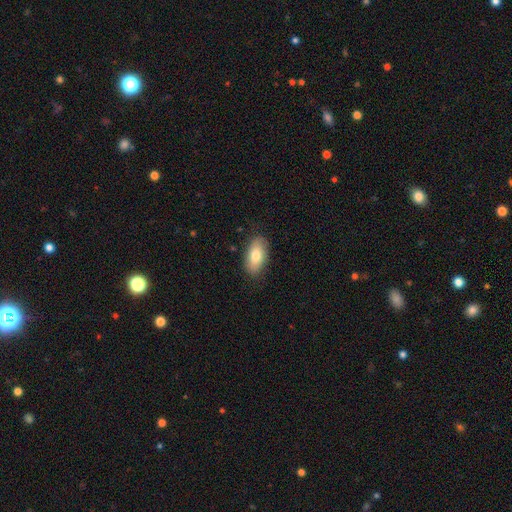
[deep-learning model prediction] A smooth galaxy with no disk features (77%) that is in between round and cigar-shaped (92%). Merging: none (84%).